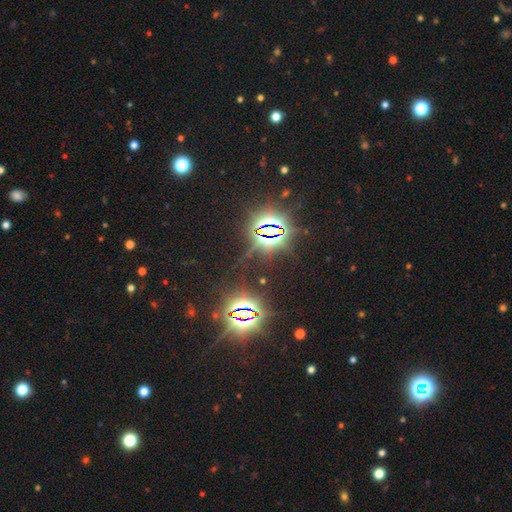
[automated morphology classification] Q: Smooth or featured?
A: star or artifact (85%); runner-up: smooth (8%)